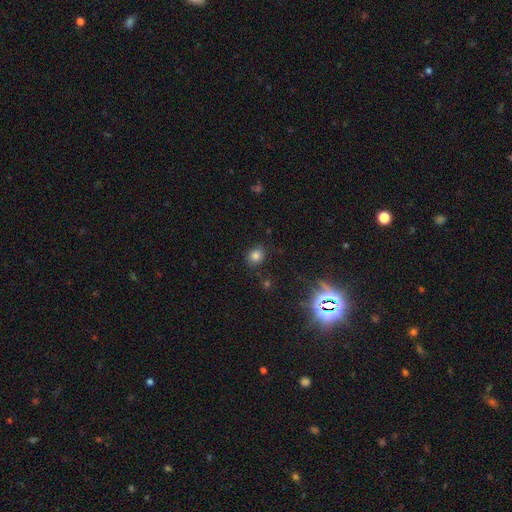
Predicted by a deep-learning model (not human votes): smooth_or_featured: smooth (p=0.78) [alt: star or artifact p=0.16]
how_rounded: round (p=0.62) [alt: in between p=0.37]
merging: none (p=0.84) [alt: minor disturbance p=0.11]